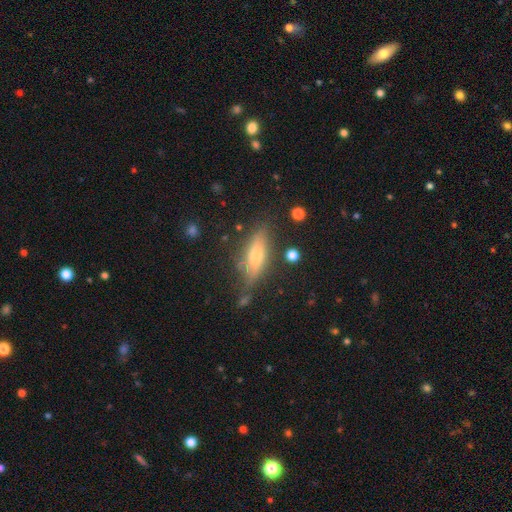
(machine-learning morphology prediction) type=smooth (47%); merging=none (72%).